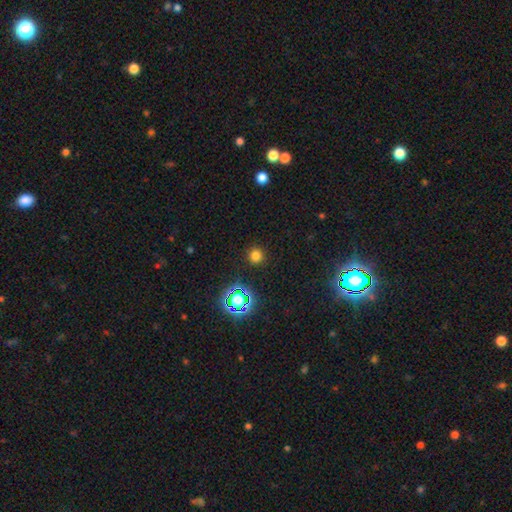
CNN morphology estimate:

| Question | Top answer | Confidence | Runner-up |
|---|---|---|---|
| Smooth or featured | smooth | 74% | star or artifact (22%) |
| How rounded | round | 91% | in between (8%) |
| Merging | none | 89% | minor disturbance (7%) |